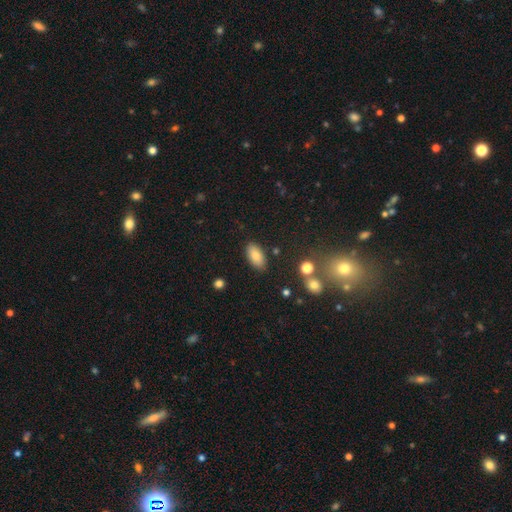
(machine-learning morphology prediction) A smooth galaxy with no disk features (82%) that is in between round and cigar-shaped (93%). Merging: none (86%).